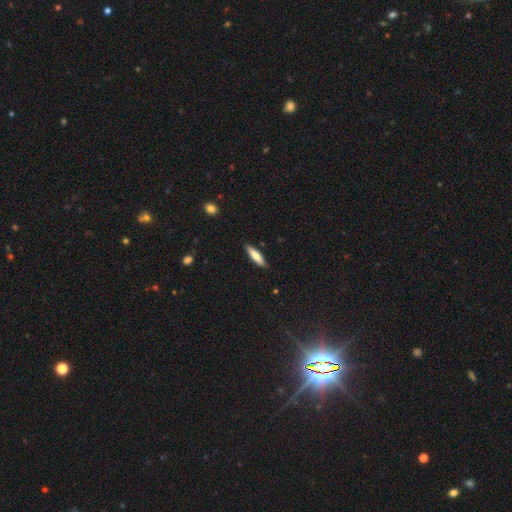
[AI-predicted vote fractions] smooth_or_featured: smooth (p=0.69) [alt: featured or disk p=0.25]
how_rounded: cigar-shaped (p=0.74) [alt: in between p=0.24]
merging: none (p=0.88) [alt: minor disturbance p=0.09]